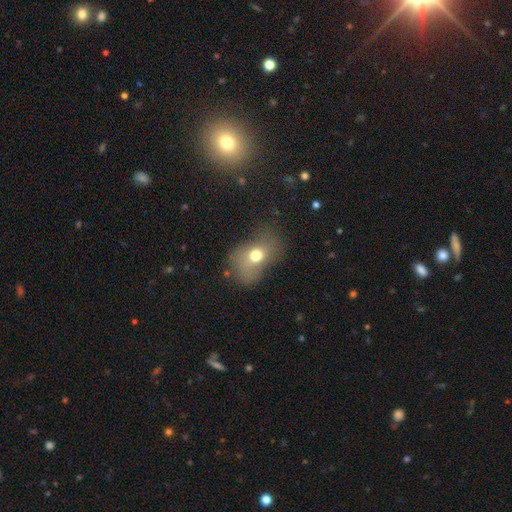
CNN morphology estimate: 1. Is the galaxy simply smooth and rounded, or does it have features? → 66% smooth, 21% featured or disk, 13% star or artifact.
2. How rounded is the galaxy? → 72% in between, 26% round, 2% cigar-shaped.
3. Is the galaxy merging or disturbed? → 40% none, 29% major disturbance, 27% minor disturbance, 4% merger.